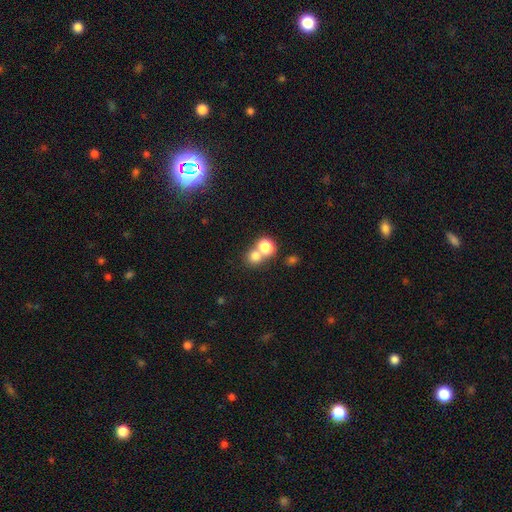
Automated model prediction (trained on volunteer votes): smooth-or-featured: smooth: 75% | star or artifact: 15% | featured or disk: 10%
  how-rounded: round: 80% | in between: 19% | cigar-shaped: 1%
  merging: merger: 47% | none: 44% | minor disturbance: 6% | major disturbance: 3%